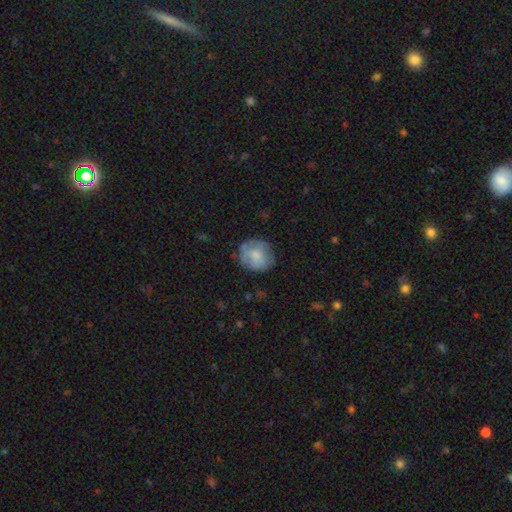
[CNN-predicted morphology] Smooth or featured? smooth (66%)
How rounded? round (84%)
Merging? none (70%)